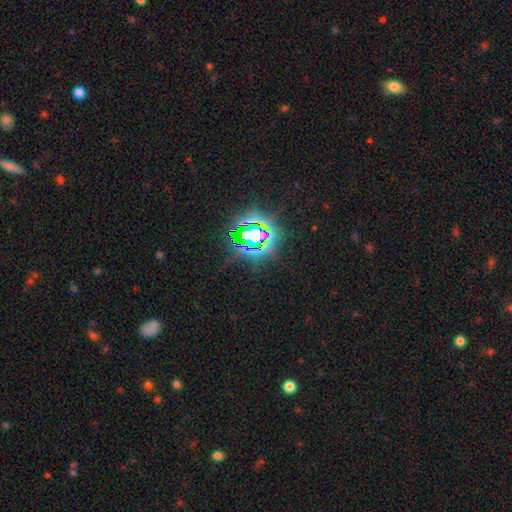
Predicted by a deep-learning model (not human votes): Overall: star or artifact (82%).